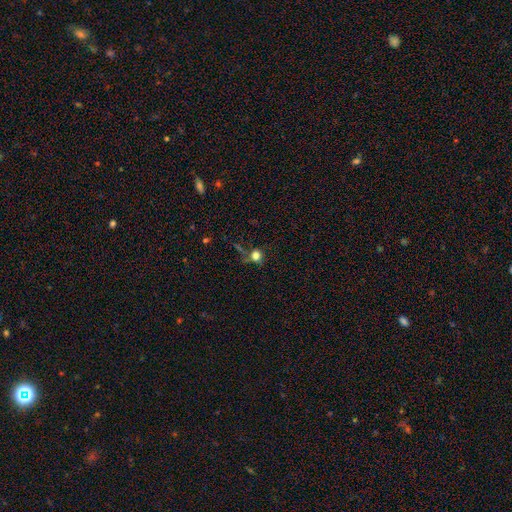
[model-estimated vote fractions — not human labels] Morphology: type=smooth (71%); roundness=round (80%); merging=none (58%).